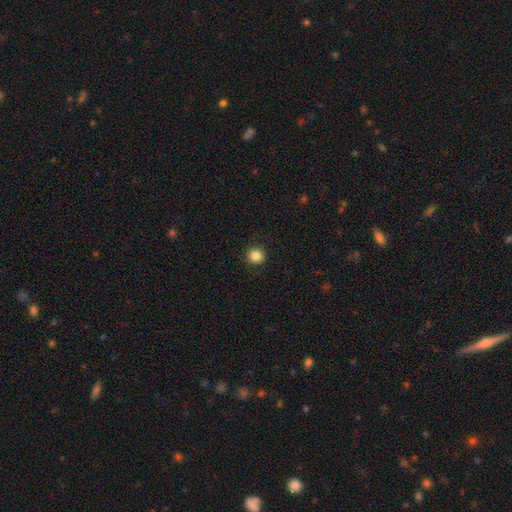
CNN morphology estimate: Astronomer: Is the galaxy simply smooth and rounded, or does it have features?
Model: smooth — 86%.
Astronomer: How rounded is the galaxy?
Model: round — 95%.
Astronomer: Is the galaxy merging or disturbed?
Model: none — 92%.